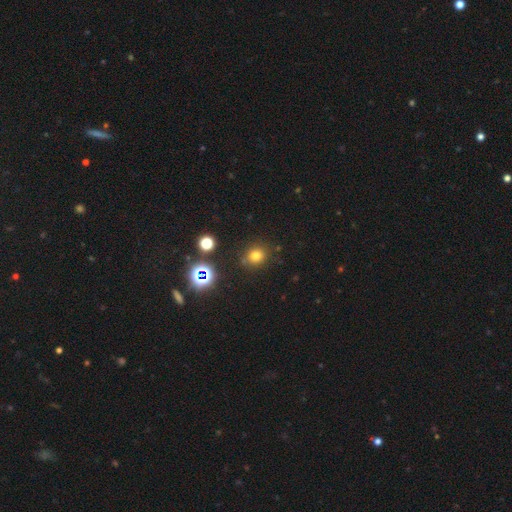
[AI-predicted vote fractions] smooth 72%, star or artifact 21%, featured or disk 6%. Down the decision tree: how rounded — round (80%); merging — none (80%).